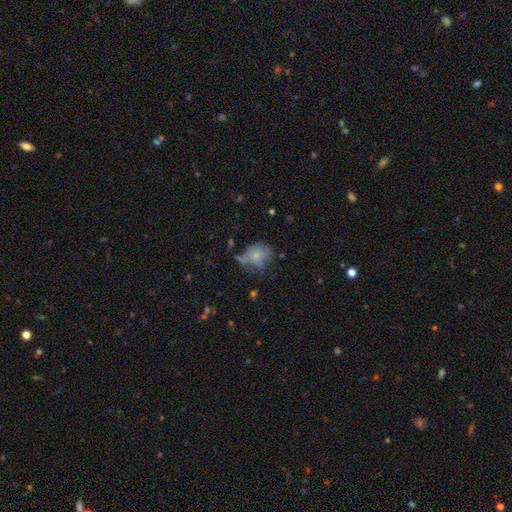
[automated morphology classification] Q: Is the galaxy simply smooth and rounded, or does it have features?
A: smooth — 66%.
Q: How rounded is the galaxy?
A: round — 49%, tied with in between.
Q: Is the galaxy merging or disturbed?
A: none — 39%.